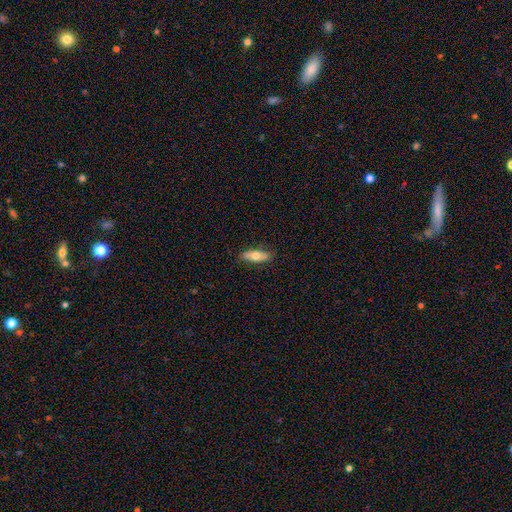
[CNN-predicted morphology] A smooth galaxy with no disk features (64%) that is in between round and cigar-shaped (66%). Merging: none (83%).